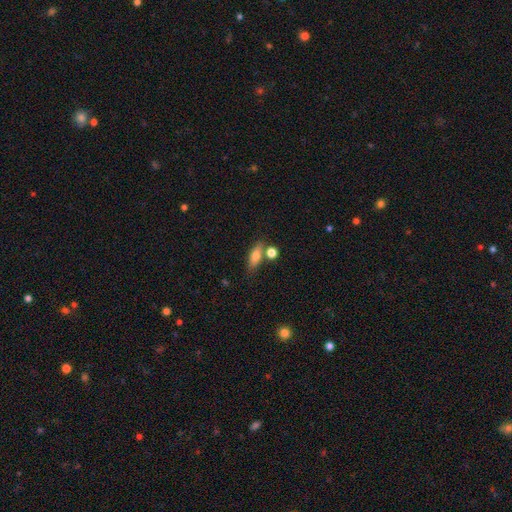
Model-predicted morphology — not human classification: The model was most divided on "how rounded": in between: 64%, cigar-shaped: 28%, round: 8%. More confident: smooth or featured — smooth (76%); merging — none (63%).